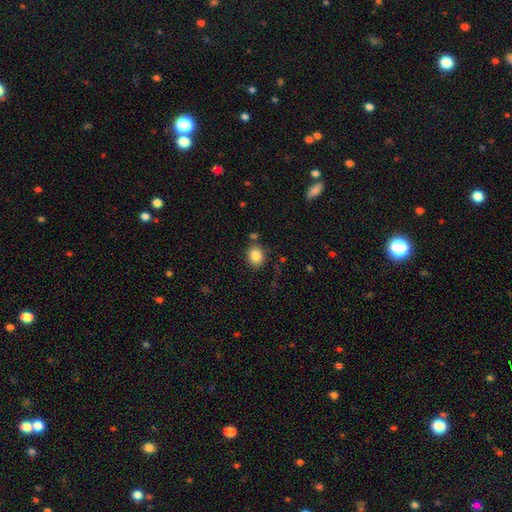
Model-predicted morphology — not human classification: A smooth galaxy with no disk features (86%) that is round (61%).

Vote fractions:
- Smooth or featured? smooth: 86% / star or artifact: 9% / featured or disk: 5%
- How rounded? round: 61% / in between: 39% / cigar-shaped: 1%
- Merging? none: 82% / minor disturbance: 10% / merger: 5% / major disturbance: 3%